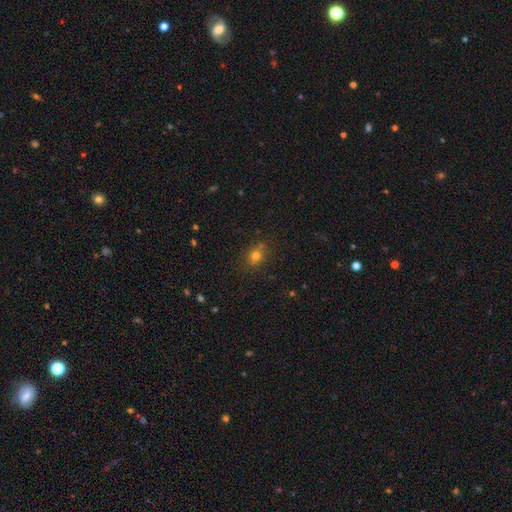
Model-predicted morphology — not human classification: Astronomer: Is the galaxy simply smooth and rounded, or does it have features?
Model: smooth — 72%.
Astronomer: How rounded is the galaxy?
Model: round — 67%.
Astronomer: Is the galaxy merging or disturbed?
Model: none — 77%.